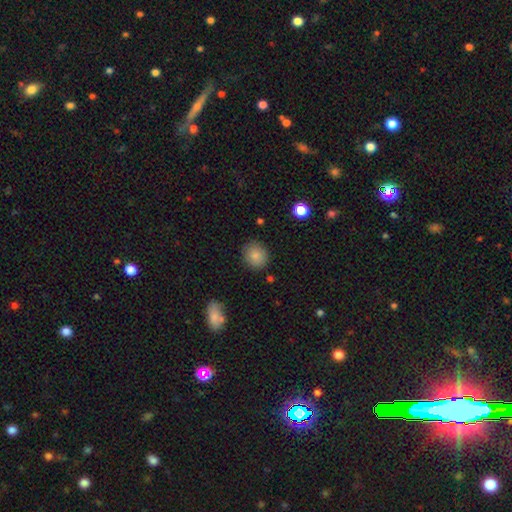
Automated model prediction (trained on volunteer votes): Q: Smooth or featured?
A: smooth (84%); runner-up: star or artifact (9%)
Q: How rounded?
A: round (76%); runner-up: in between (23%)
Q: Merging?
A: none (85%); runner-up: minor disturbance (10%)